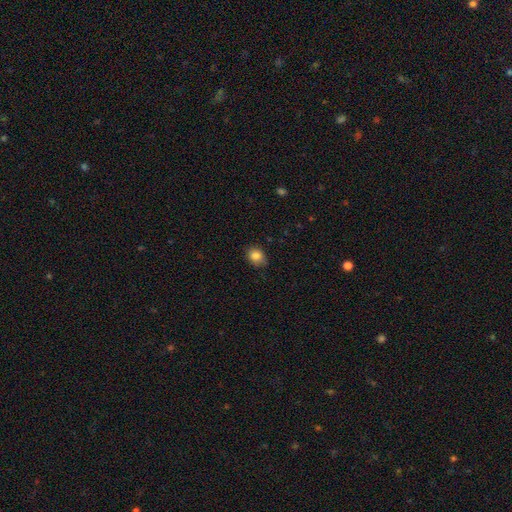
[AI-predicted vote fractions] Smooth or featured? smooth (85%)
How rounded? round (50%)
Merging? none (77%)